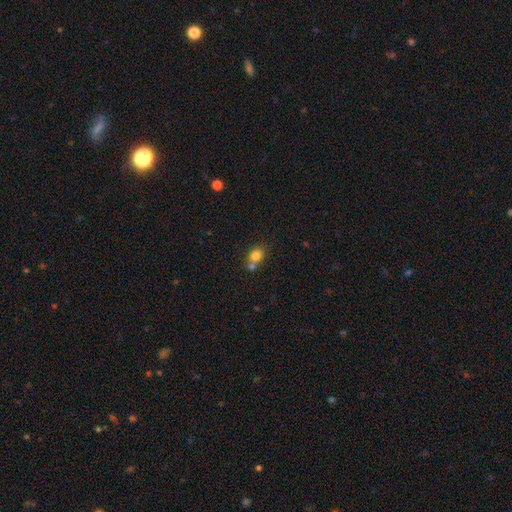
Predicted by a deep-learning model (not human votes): Morphology: type=smooth (80%); roundness=round (59%); merging=none (48%).